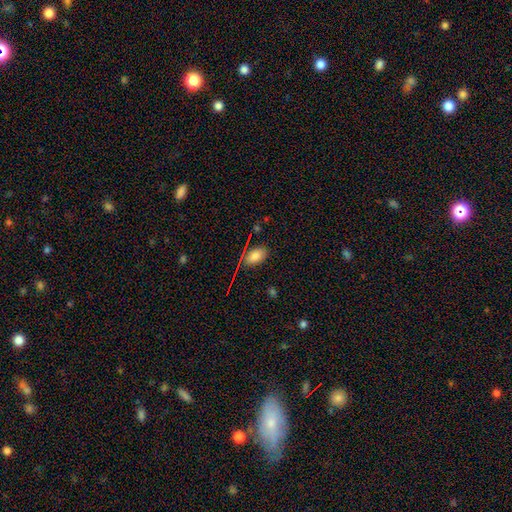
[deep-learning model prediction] Overall: smooth (76%). How rounded: in between (91%). Merging: none (76%).